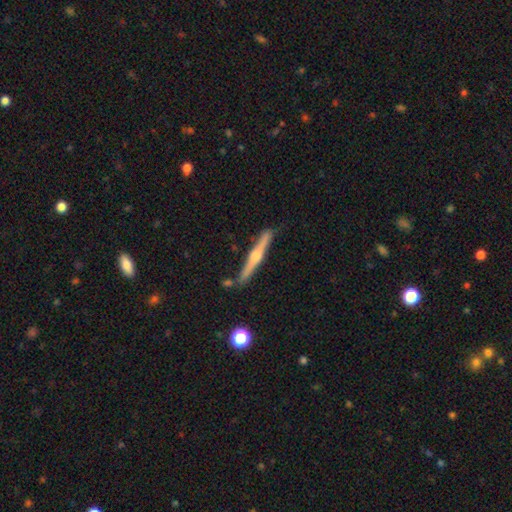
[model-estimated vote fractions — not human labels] Smooth or featured? Predicted: featured or disk (p=0.73). Edge-on disk? Predicted: yes (p=0.96). Edge-on bulge? Predicted: rounded (p=0.84). Merging? Predicted: none (p=0.81).